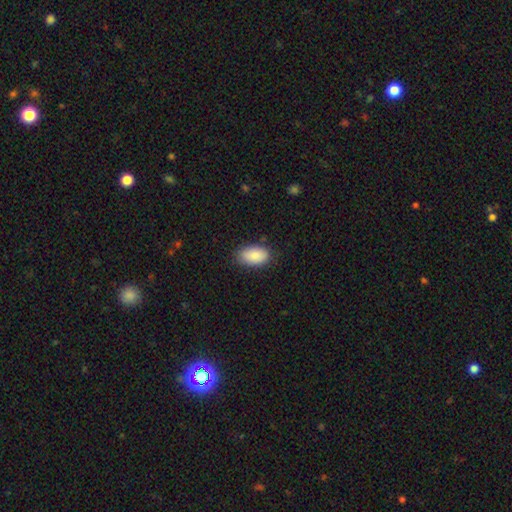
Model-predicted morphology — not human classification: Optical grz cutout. It shows a smooth galaxy with no disk features (88%) that is in between round and cigar-shaped (94%). Merging: none (81%).